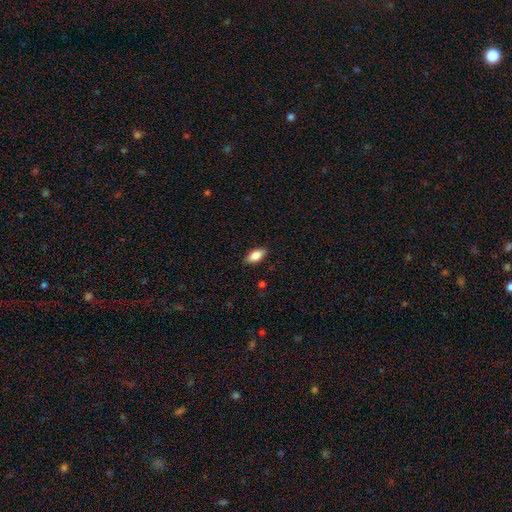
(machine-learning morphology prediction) smooth_or_featured: smooth (p=0.84) [alt: featured or disk p=0.09]
how_rounded: in between (p=0.90) [alt: cigar-shaped p=0.07]
merging: none (p=0.88) [alt: minor disturbance p=0.09]